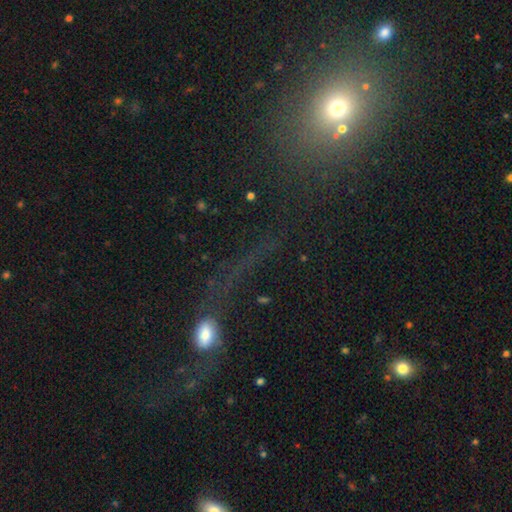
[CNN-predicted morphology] type=featured or disk (39%); merging=none (33%).